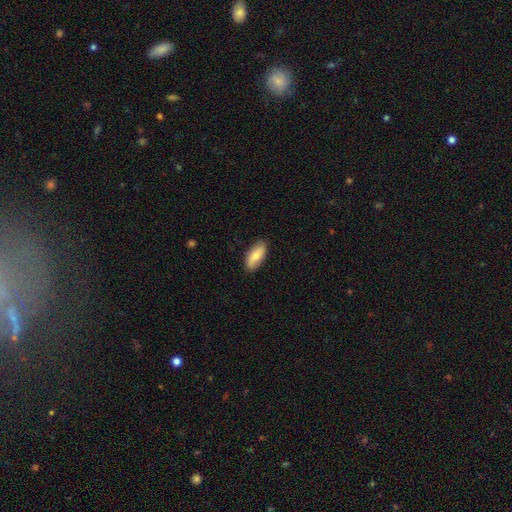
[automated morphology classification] Smooth or featured? smooth (76%)
How rounded? in between (84%)
Merging? none (86%)